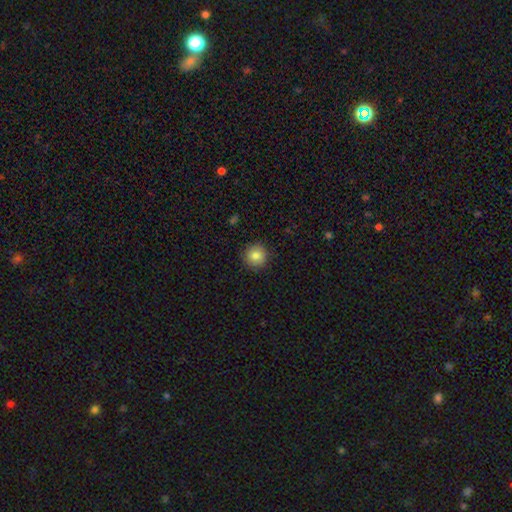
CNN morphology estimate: smooth 84%, star or artifact 10%, featured or disk 6%. Down the decision tree: how rounded — round (94%); merging — none (91%).